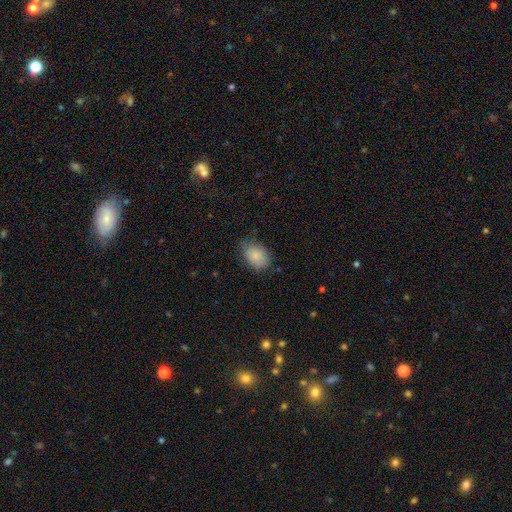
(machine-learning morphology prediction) This is clearly a smooth galaxy (86%). How rounded: clearly in between (81%). Merging: likely none (65%).